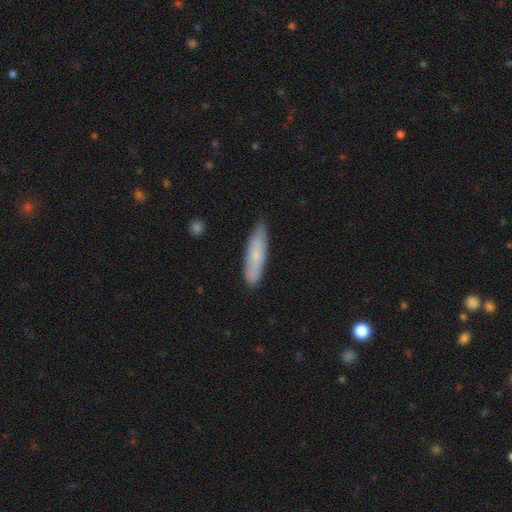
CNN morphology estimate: smooth-or-featured: smooth: 70% | featured or disk: 24% | star or artifact: 6%
  how-rounded: cigar-shaped: 74% | in between: 25% | round: 2%
  merging: none: 81% | minor disturbance: 16% | major disturbance: 2% | merger: 1%